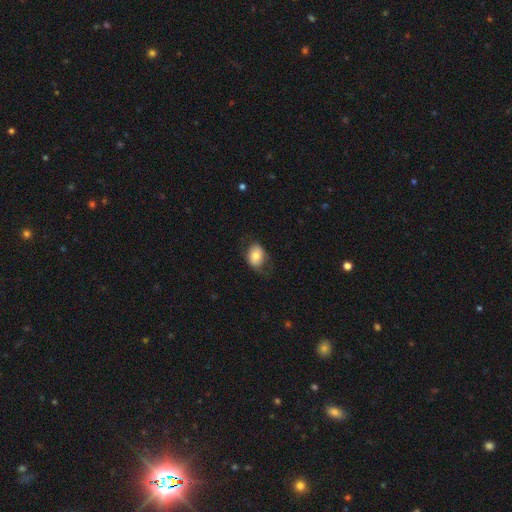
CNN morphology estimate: A smooth galaxy with no disk features (72%) that is in between round and cigar-shaped (64%).

Vote fractions:
- Smooth or featured? smooth: 72% / featured or disk: 20% / star or artifact: 8%
- How rounded? in between: 64% / round: 35% / cigar-shaped: 1%
- Merging? none: 62% / minor disturbance: 24% / major disturbance: 12% / merger: 1%